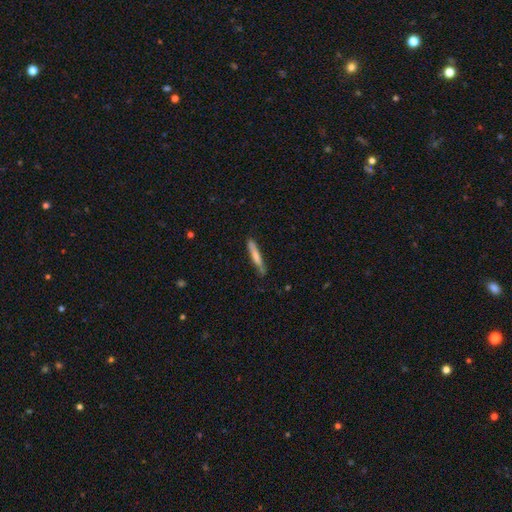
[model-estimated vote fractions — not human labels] smooth_or_featured: smooth (p=0.64) [alt: featured or disk p=0.30]
how_rounded: cigar-shaped (p=0.94) [alt: in between p=0.05]
merging: none (p=0.80) [alt: minor disturbance p=0.15]